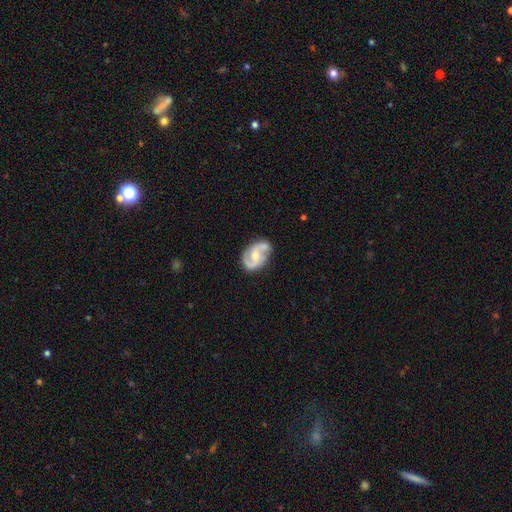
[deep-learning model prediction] Morphology: type=featured or disk (85%); edge-on=no (98%); bar=no (44%); spiral arms=yes (95%); winding=medium (55%); arm count=2 (90%); bulge=moderate (57%); merging=none (69%).